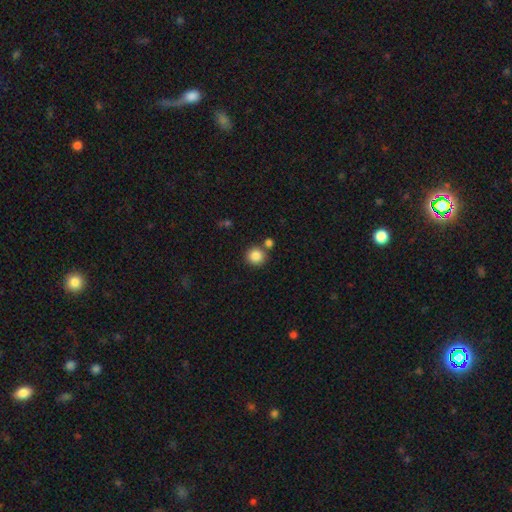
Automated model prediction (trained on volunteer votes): The model was most divided on "merging": none: 75%, merger: 14%, minor disturbance: 8%, major disturbance: 3%. More confident: how rounded — round (92%); smooth or featured — smooth (86%).